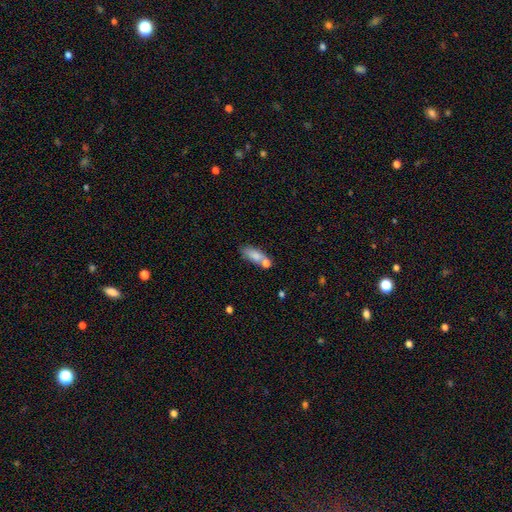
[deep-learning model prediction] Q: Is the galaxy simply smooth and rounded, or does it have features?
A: smooth — 78%.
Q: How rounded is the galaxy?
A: in between — 74%.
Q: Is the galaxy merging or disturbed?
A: none — 49%.